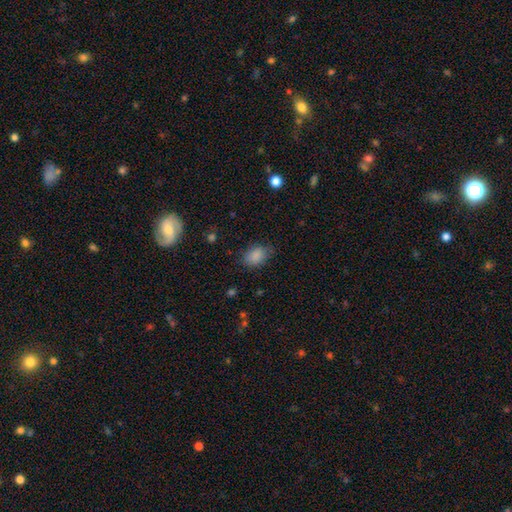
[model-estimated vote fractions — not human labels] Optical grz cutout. It shows a smooth galaxy with no disk features (86%) that is in between round and cigar-shaped (80%). Merging: none (75%).